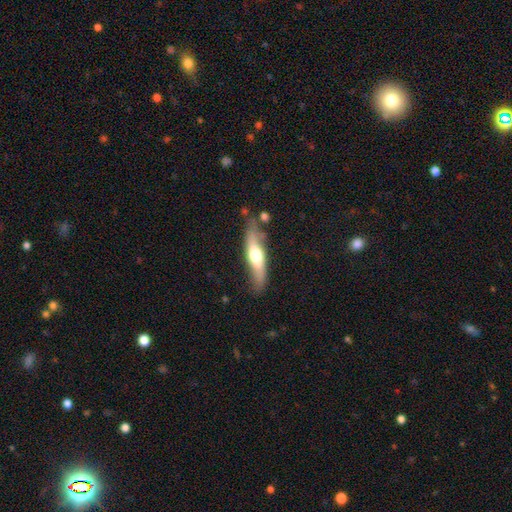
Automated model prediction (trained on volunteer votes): Q: Smooth or featured?
A: featured or disk (48%); runner-up: smooth (47%)
Q: Merging?
A: none (70%); runner-up: minor disturbance (20%)